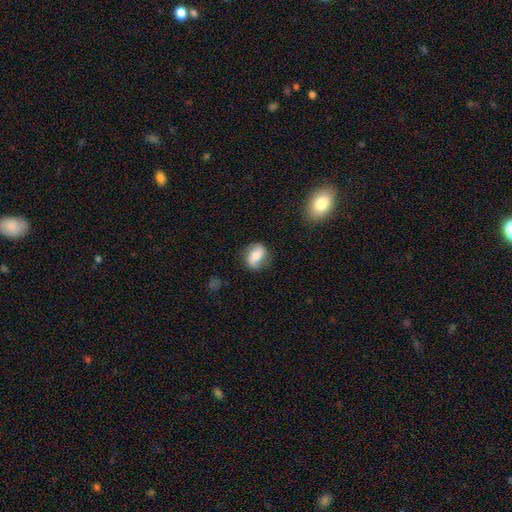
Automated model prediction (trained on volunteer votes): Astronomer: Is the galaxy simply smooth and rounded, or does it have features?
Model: smooth — 56% (runner-up: featured or disk, 36%).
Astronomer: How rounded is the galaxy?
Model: in between — 59% (runner-up: round, 39%).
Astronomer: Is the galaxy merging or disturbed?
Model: none — 77%.